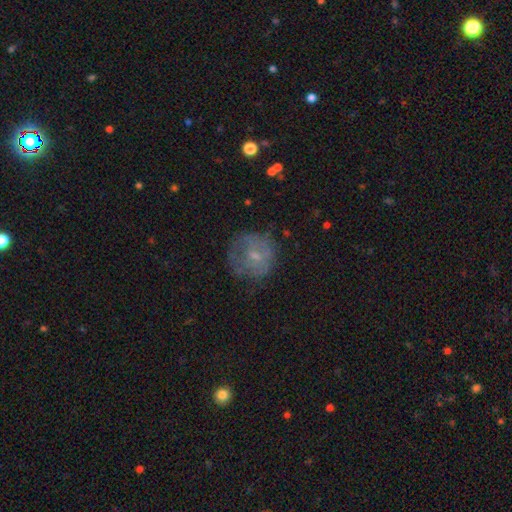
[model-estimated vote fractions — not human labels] smooth_or_featured: smooth (p=0.48) [alt: featured or disk p=0.41]
merging: none (p=0.62) [alt: minor disturbance p=0.21]